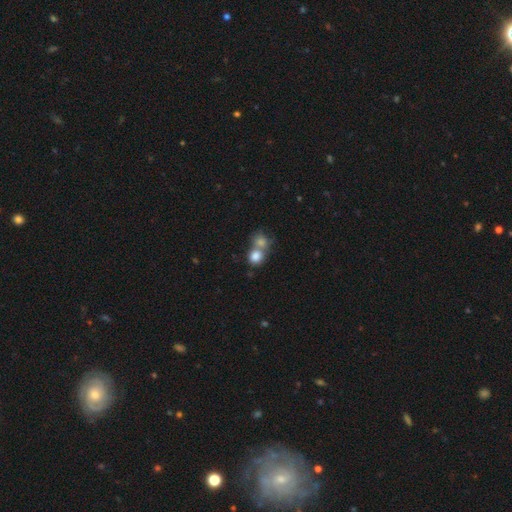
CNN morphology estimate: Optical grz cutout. It shows a smooth galaxy with no disk features (82%) that is round (78%). Merging: merger (57%).